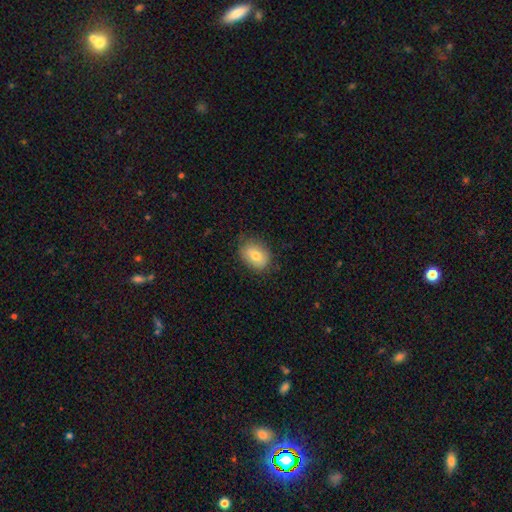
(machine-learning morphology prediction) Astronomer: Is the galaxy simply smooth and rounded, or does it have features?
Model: smooth — 78%.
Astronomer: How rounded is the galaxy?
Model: in between — 69%.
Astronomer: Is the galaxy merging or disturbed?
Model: none — 77%.